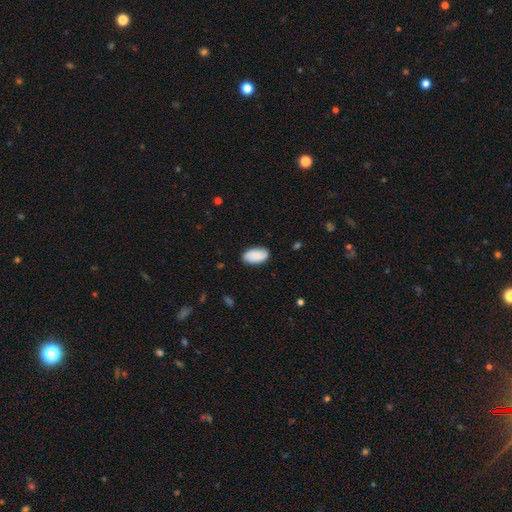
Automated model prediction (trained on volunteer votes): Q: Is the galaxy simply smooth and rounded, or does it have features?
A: smooth — 77%.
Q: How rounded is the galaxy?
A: in between — 95%.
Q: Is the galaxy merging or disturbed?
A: none — 83%.